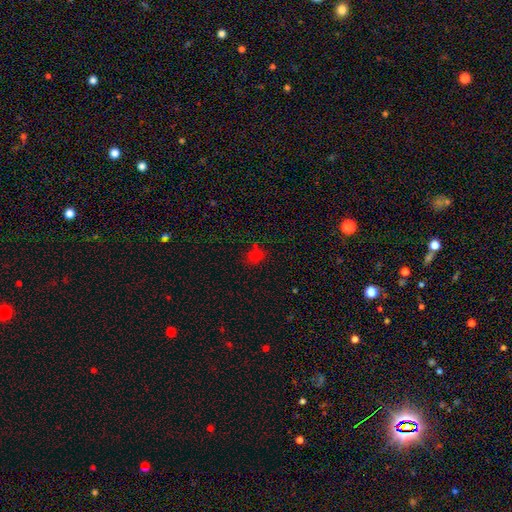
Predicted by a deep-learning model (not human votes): smooth 69%, star or artifact 25%, featured or disk 6%. Down the decision tree: how rounded — in between (59%); merging — none (70%).